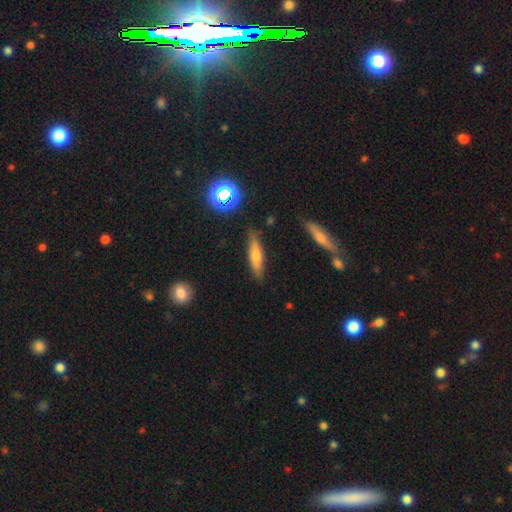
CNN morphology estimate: This appears to be a smooth galaxy with no disk features (56%) that is cigar-shaped (69%). Merging: none (83%).